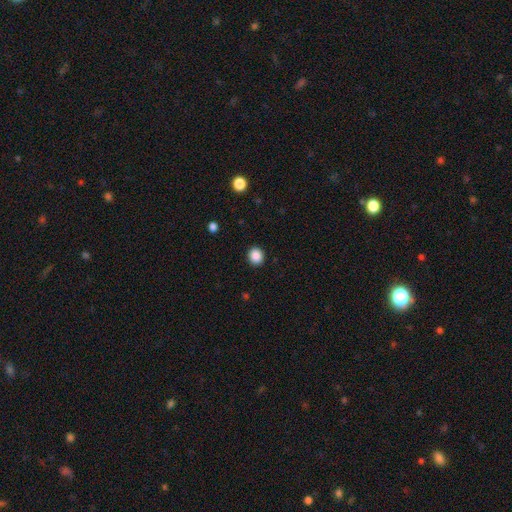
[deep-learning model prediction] smooth 88%, star or artifact 9%, featured or disk 3%. Down the decision tree: how rounded — round (74%); merging — none (91%).